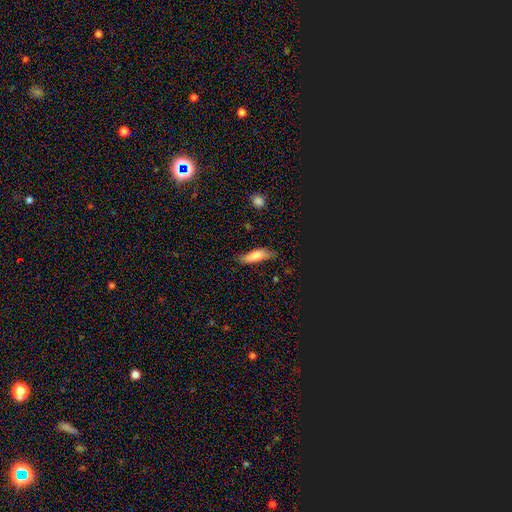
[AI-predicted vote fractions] This appears to be a smooth galaxy with no disk features (76%) that is cigar-shaped (53%). Merging: none (70%).